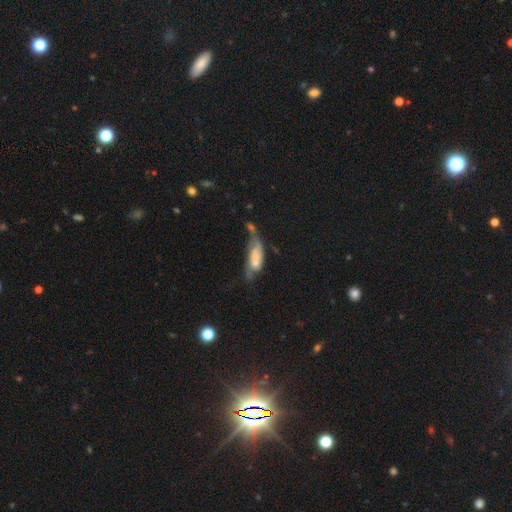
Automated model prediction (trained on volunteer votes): Smooth or featured?
  - featured or disk: 48% *
  - smooth: 45%
  - star or artifact: 8%
Merging?
  - merger: 29% *
  - major disturbance: 25%
  - minor disturbance: 23%
  - none: 23%